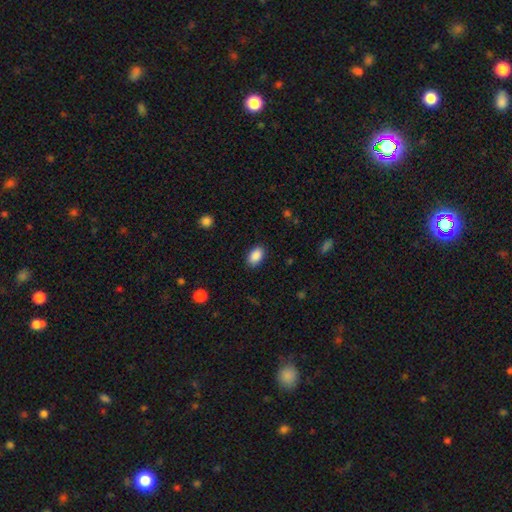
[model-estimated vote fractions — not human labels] This appears to be a smooth galaxy with no disk features (89%) that is in between round and cigar-shaped (91%). Merging: none (87%).